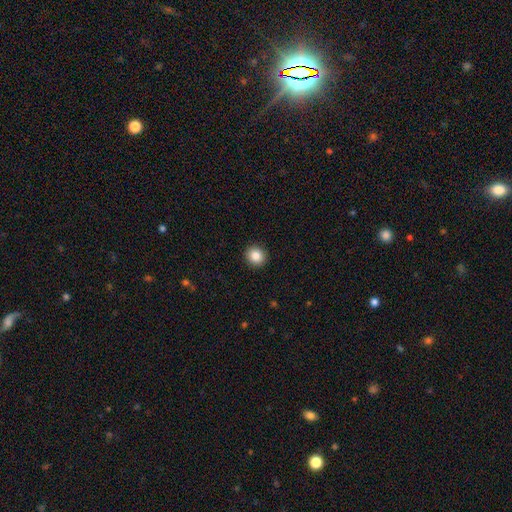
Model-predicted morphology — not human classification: smooth_or_featured: smooth (p=0.86) [alt: star or artifact p=0.09]
how_rounded: round (p=0.90) [alt: in between p=0.09]
merging: none (p=0.92) [alt: minor disturbance p=0.05]